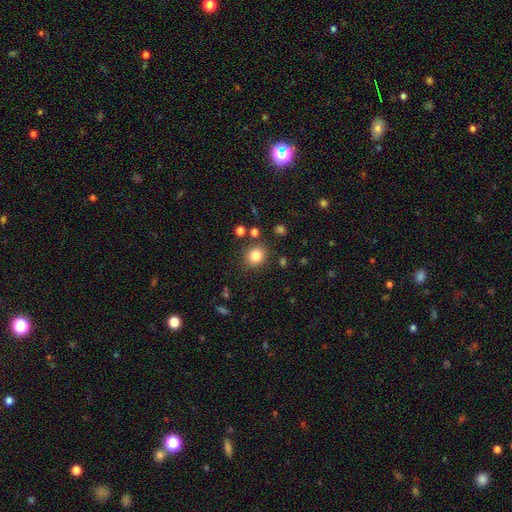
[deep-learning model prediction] Smooth or featured? smooth (83%)
How rounded? round (78%)
Merging? none (82%)